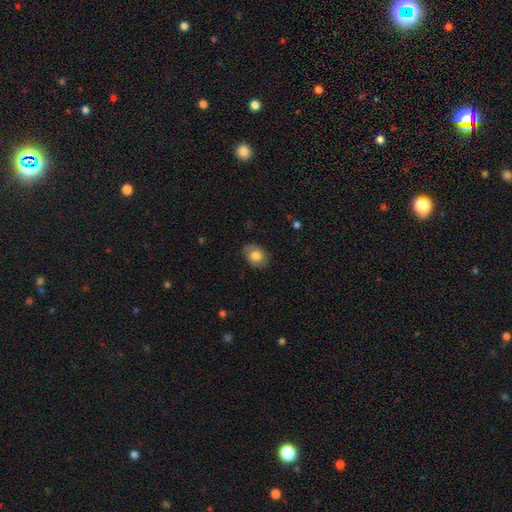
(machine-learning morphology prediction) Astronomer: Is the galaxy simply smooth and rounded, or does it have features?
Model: smooth — 75%.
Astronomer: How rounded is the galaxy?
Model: in between — 64%.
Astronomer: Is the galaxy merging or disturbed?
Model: none — 81%.